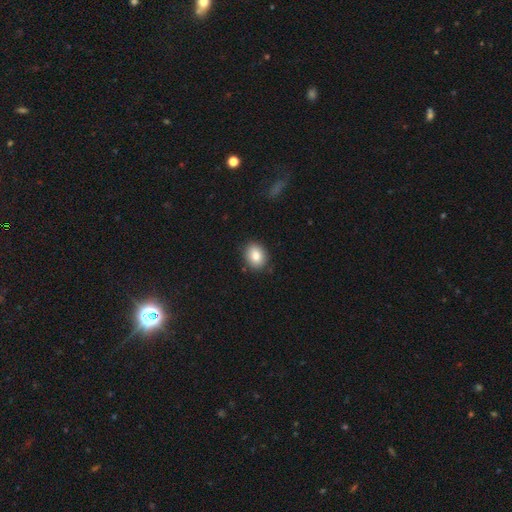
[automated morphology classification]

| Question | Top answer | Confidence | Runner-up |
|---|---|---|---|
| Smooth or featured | smooth | 84% | star or artifact (8%) |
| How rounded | in between | 56% | round (43%) |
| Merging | none | 86% | minor disturbance (10%) |